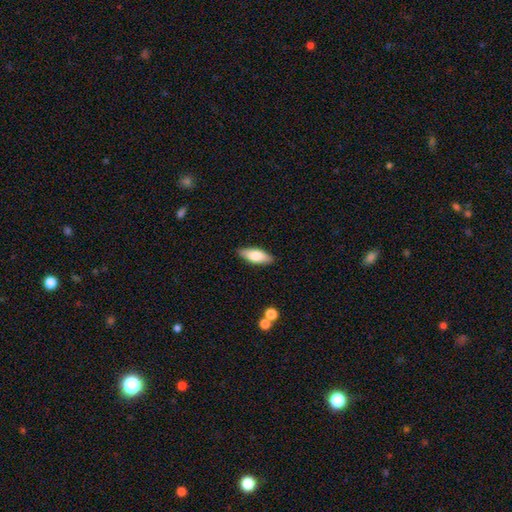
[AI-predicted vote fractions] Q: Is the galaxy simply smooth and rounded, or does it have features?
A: smooth — 75%.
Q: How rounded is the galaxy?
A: in between — 74%.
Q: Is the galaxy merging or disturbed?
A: none — 87%.